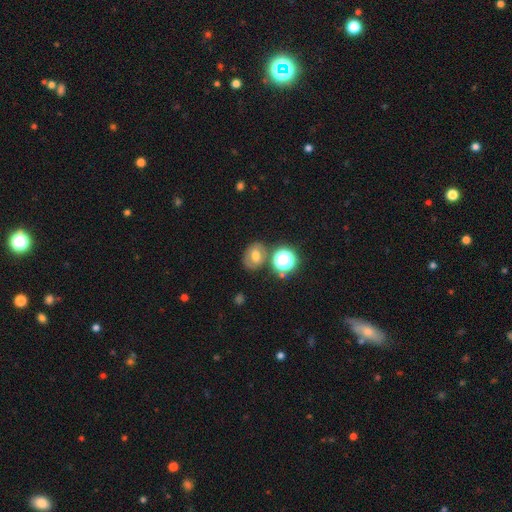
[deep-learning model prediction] Q: Smooth or featured?
A: smooth (55%); runner-up: featured or disk (25%)
Q: How rounded?
A: in between (55%); runner-up: round (44%)
Q: Merging?
A: none (66%); runner-up: minor disturbance (16%)